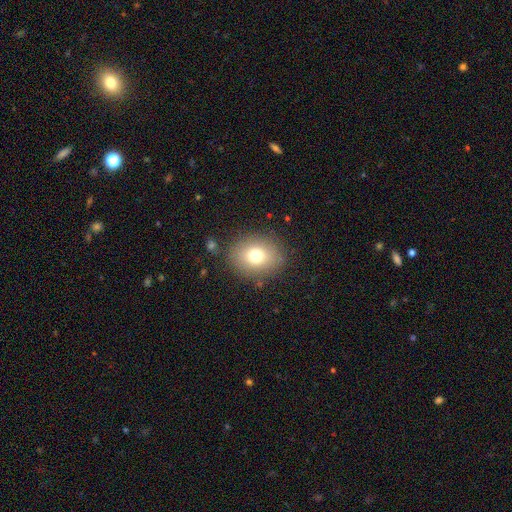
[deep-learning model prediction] The model was most divided on "how rounded": round: 57%, in between: 42%, cigar-shaped: 1%. More confident: merging — none (84%); smooth or featured — smooth (74%).